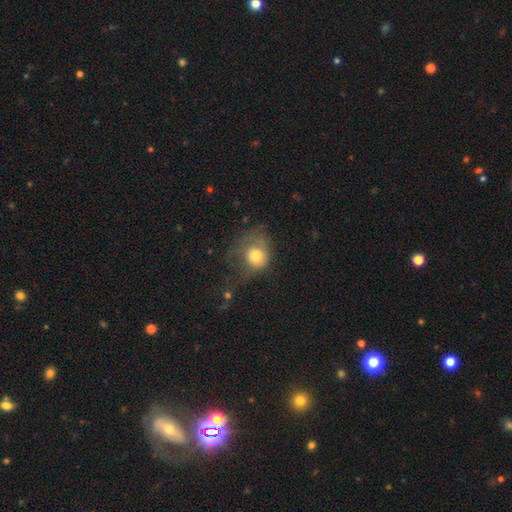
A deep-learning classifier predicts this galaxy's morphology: smooth-or-featured: smooth: 69% | featured or disk: 21% | star or artifact: 10%
  how-rounded: round: 70% | in between: 29% | cigar-shaped: 1%
  merging: major disturbance: 44% | none: 27% | minor disturbance: 25% | merger: 4%